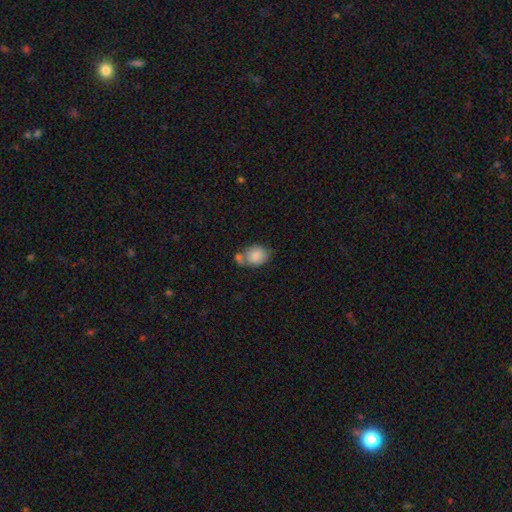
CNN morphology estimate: The model was most divided on "how rounded": in between: 54%, round: 45%, cigar-shaped: 1%. Remaining: smooth or featured — smooth (85%); merging — none (42%).